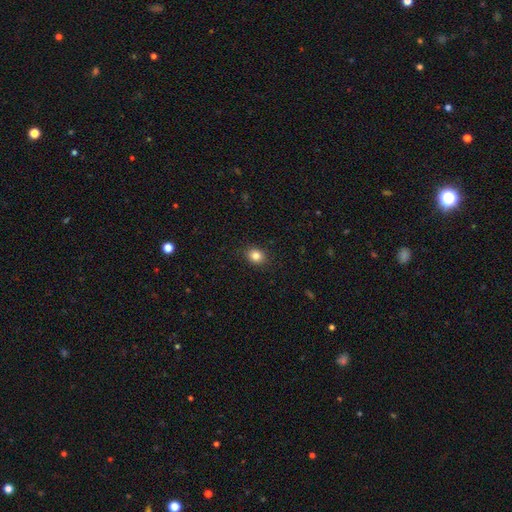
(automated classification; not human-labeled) A smooth galaxy with no disk features (84%) that is round (58%).

Vote fractions:
- Smooth or featured? smooth: 84% / star or artifact: 10% / featured or disk: 5%
- How rounded? round: 58% / in between: 41% / cigar-shaped: 1%
- Merging? none: 90% / minor disturbance: 7% / major disturbance: 2% / merger: 1%